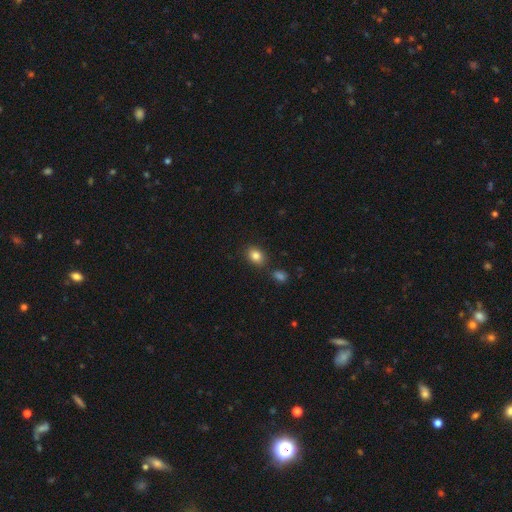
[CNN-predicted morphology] The model was most divided on "how rounded": in between: 71%, round: 28%, cigar-shaped: 1%. More confident: smooth or featured — smooth (83%); merging — none (79%).